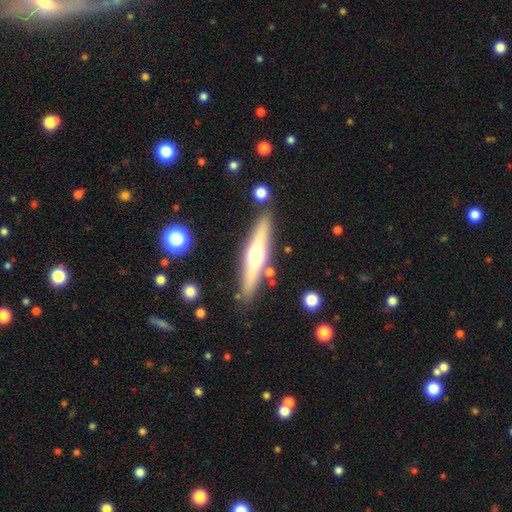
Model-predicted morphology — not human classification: smooth_or_featured: featured or disk (p=0.57) [alt: smooth p=0.38]
disk_edge_on: yes (p=0.92) [alt: no p=0.08]
edge_on_bulge: rounded (p=0.92) [alt: none p=0.04]
merging: none (p=0.85) [alt: minor disturbance p=0.09]